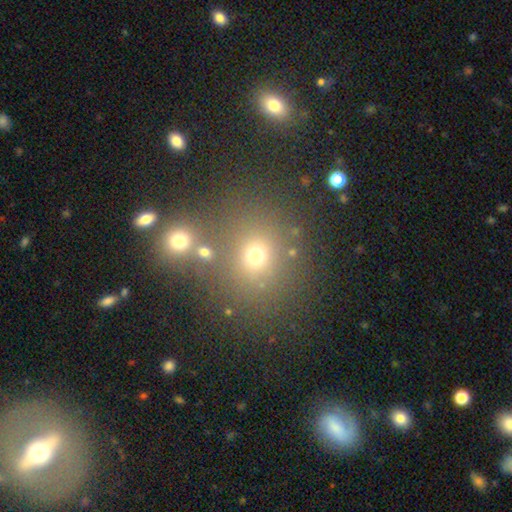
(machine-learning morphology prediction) A smooth galaxy with no disk features (67%) that is round (79%). Merging: none (65%).